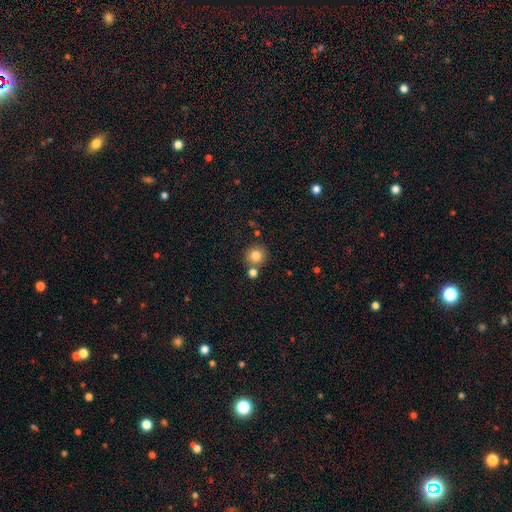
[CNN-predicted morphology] The model was most divided on "merging": none: 74%, merger: 15%, minor disturbance: 8%, major disturbance: 3%. More confident: how rounded — round (92%); smooth or featured — smooth (81%).